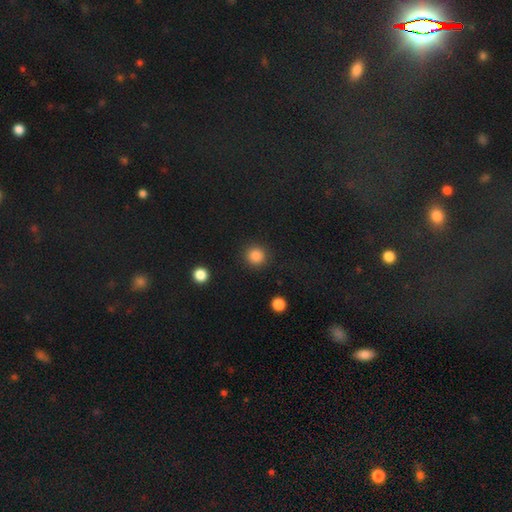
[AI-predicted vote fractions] smooth-or-featured: smooth: 86% | star or artifact: 11% | featured or disk: 3%
  how-rounded: round: 93% | in between: 6% | cigar-shaped: 1%
  merging: none: 91% | minor disturbance: 6% | major disturbance: 3% | merger: 1%